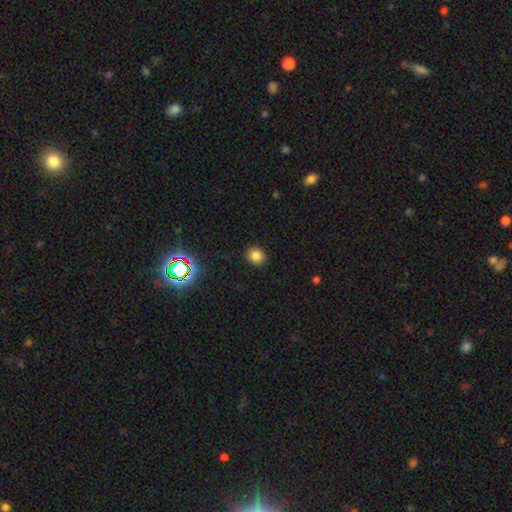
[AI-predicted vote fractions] Morphology: type=smooth (81%); roundness=round (74%); merging=none (90%).